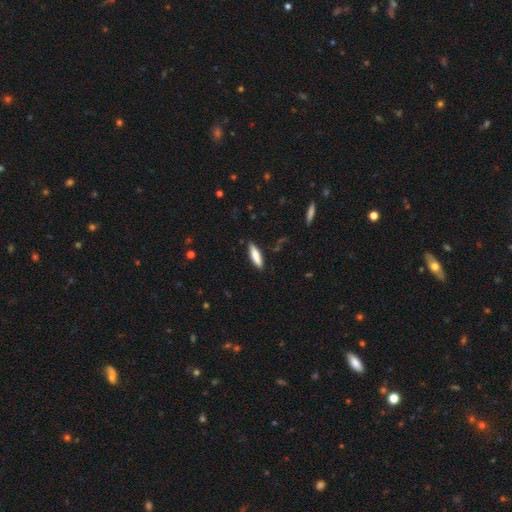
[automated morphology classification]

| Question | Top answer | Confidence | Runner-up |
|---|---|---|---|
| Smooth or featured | smooth | 76% | featured or disk (18%) |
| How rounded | cigar-shaped | 65% | in between (34%) |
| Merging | none | 87% | minor disturbance (10%) |